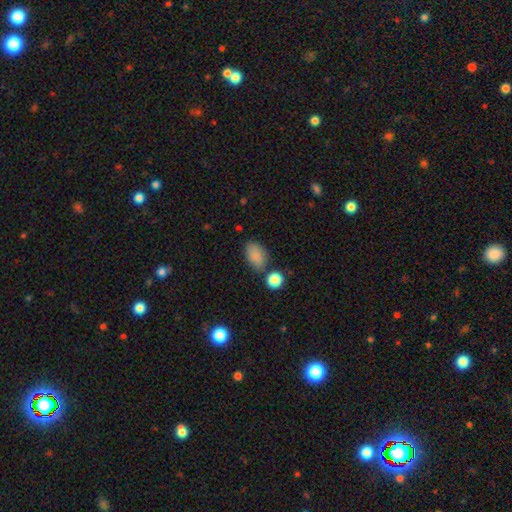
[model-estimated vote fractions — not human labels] A smooth galaxy with no disk features (86%) that is in between round and cigar-shaped (88%).

Vote fractions:
- Smooth or featured? smooth: 86% / star or artifact: 10% / featured or disk: 5%
- How rounded? in between: 88% / round: 11% / cigar-shaped: 2%
- Merging? none: 71% / minor disturbance: 17% / merger: 8% / major disturbance: 5%